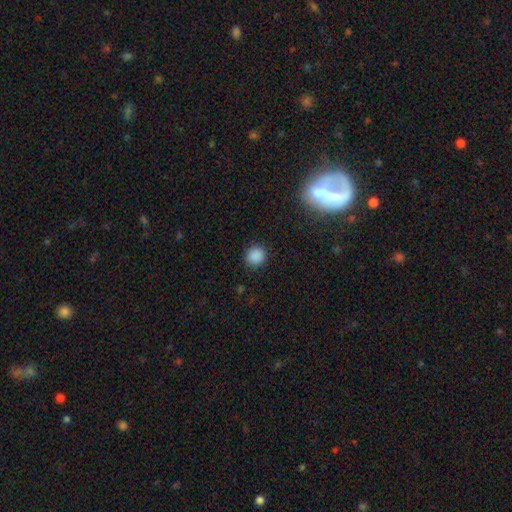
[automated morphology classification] Smooth or featured? Predicted: smooth (p=0.87). How rounded? Predicted: round (p=0.88). Merging? Predicted: none (p=0.90).